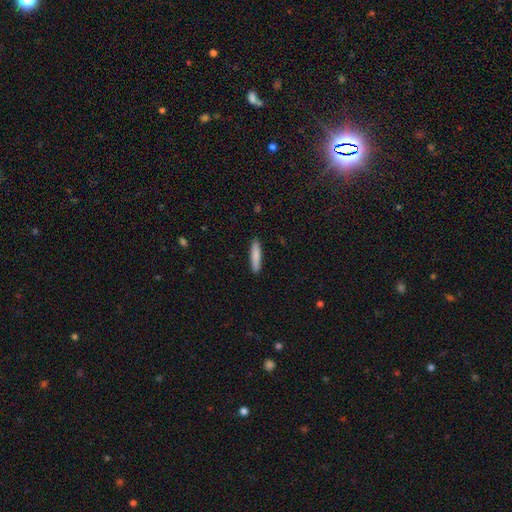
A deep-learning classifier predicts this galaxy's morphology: A smooth galaxy with no disk features (84%) that is cigar-shaped (86%).

Vote fractions:
- Smooth or featured? smooth: 84% / featured or disk: 10% / star or artifact: 5%
- How rounded? cigar-shaped: 86% / in between: 13% / round: 1%
- Merging? none: 91% / minor disturbance: 7% / major disturbance: 1% / merger: 1%